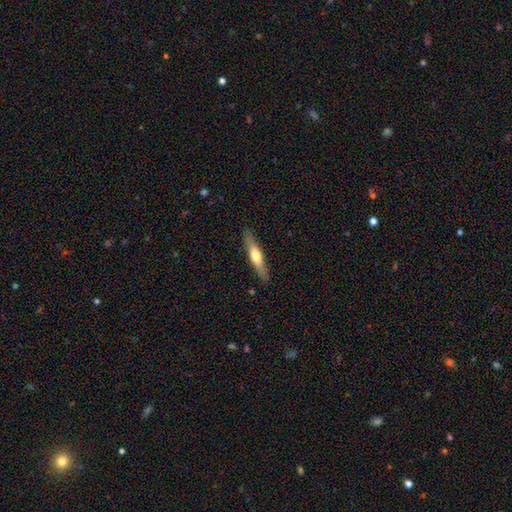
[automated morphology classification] The model was most divided on "smooth or featured": smooth: 48%, featured or disk: 47%, star or artifact: 5%. More confident: merging — none (87%).